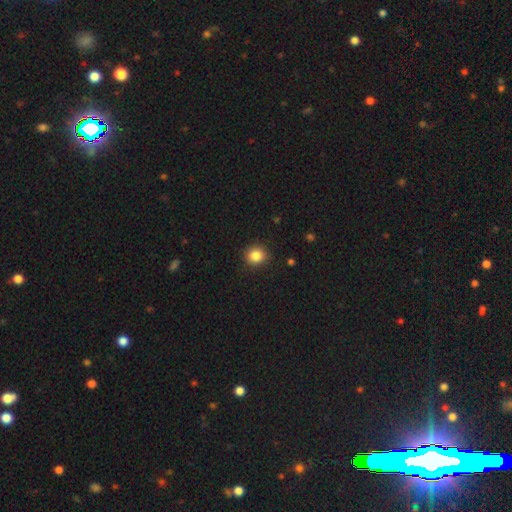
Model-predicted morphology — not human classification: This appears to be a smooth galaxy with no disk features (85%) that is round (82%). Merging: none (90%).